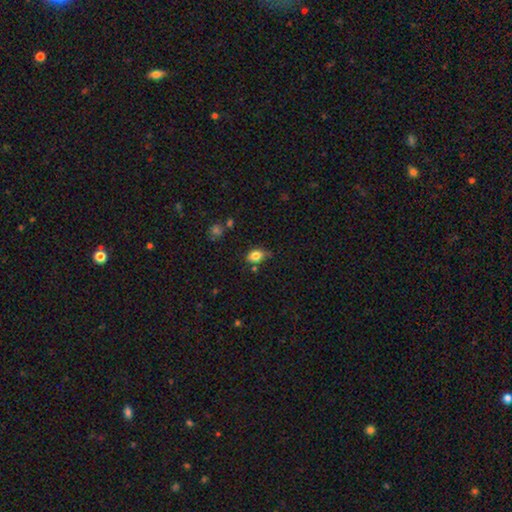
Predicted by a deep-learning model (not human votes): Smooth or featured?
  - smooth: 81% *
  - star or artifact: 10%
  - featured or disk: 9%
How rounded?
  - in between: 71% *
  - round: 27%
  - cigar-shaped: 2%
Merging?
  - none: 63% *
  - minor disturbance: 27%
  - major disturbance: 5%
  - merger: 5%